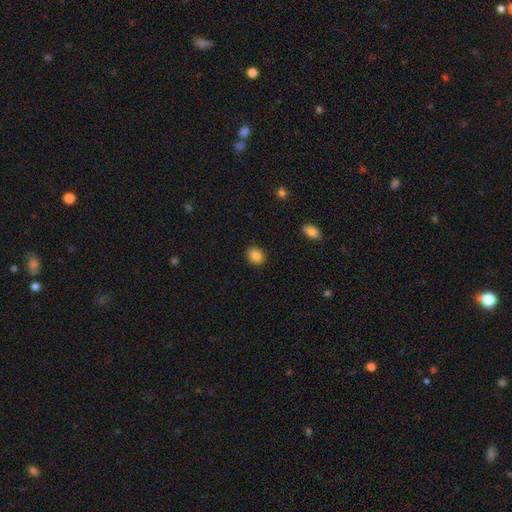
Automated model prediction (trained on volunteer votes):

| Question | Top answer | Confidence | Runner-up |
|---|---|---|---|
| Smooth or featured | smooth | 87% | star or artifact (9%) |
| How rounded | in between | 52% | round (47%) |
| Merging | none | 88% | minor disturbance (8%) |